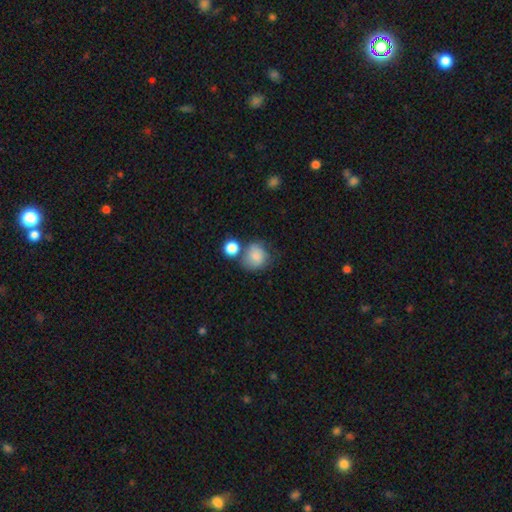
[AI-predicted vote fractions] Morphology: type=smooth (81%); roundness=round (77%); merging=none (52%).